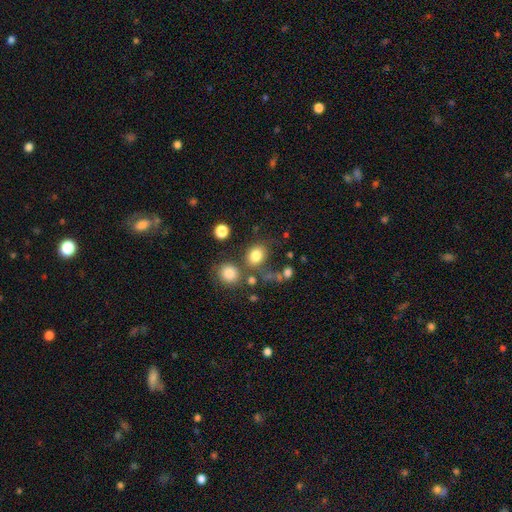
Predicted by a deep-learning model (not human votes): Smooth or featured?
  - smooth: 80% *
  - star or artifact: 13%
  - featured or disk: 7%
How rounded?
  - round: 56% *
  - in between: 43%
  - cigar-shaped: 1%
Merging?
  - none: 62% *
  - merger: 15%
  - minor disturbance: 14%
  - major disturbance: 8%